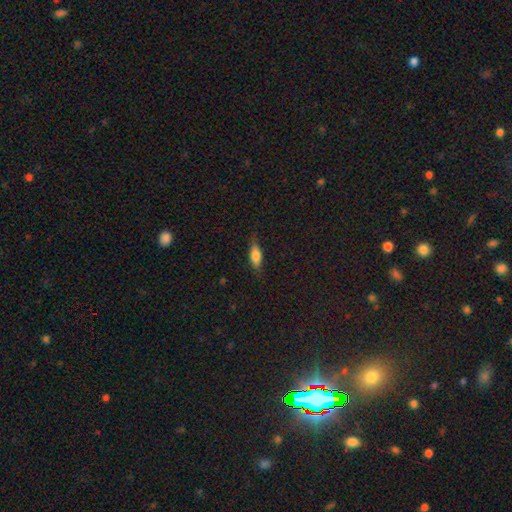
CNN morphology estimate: A smooth galaxy with no disk features (73%) that is in between round and cigar-shaped (62%). Merging: none (78%).